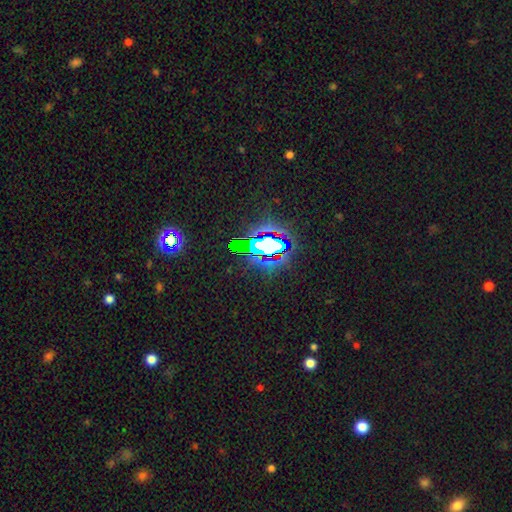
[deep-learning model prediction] This appears to be a star or artifact, not a galaxy (82%).